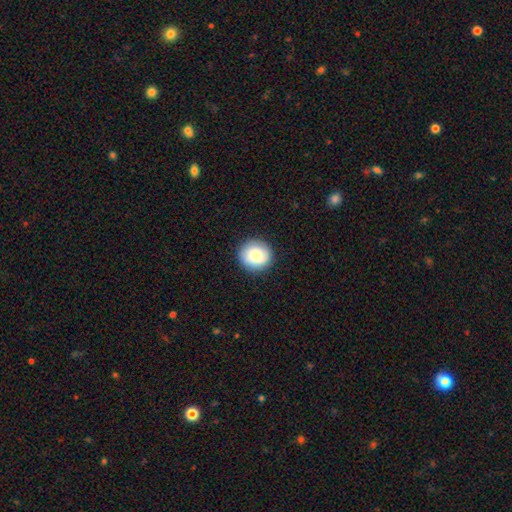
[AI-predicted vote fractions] Smooth or featured? Predicted: smooth (p=0.74). How rounded? Predicted: round (p=0.90). Merging? Predicted: none (p=0.89).